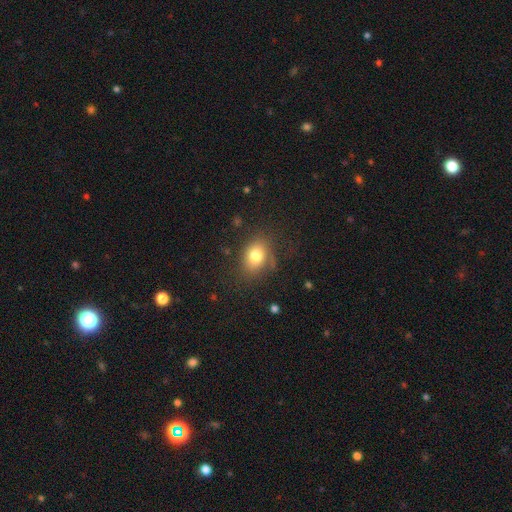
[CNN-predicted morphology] The model was most divided on "how rounded": in between: 63%, round: 36%, cigar-shaped: 1%. More confident: smooth or featured — smooth (78%); merging — none (73%).